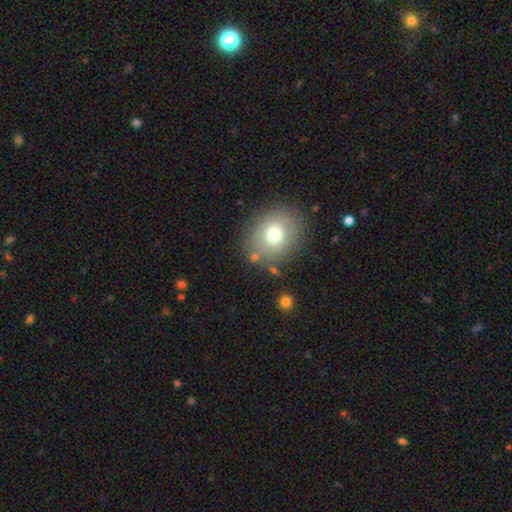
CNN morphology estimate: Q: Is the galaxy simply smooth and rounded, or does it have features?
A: smooth — 69%.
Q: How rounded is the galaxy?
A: round — 60%.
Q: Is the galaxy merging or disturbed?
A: none — 82%.